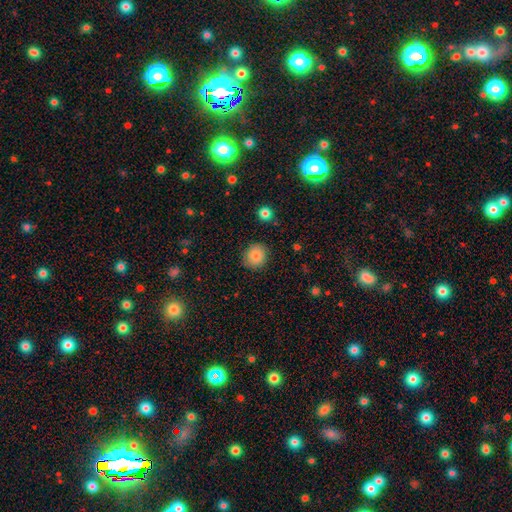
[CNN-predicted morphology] smooth 84%, star or artifact 10%, featured or disk 7%. Down the decision tree: how rounded — round (83%); merging — none (87%).